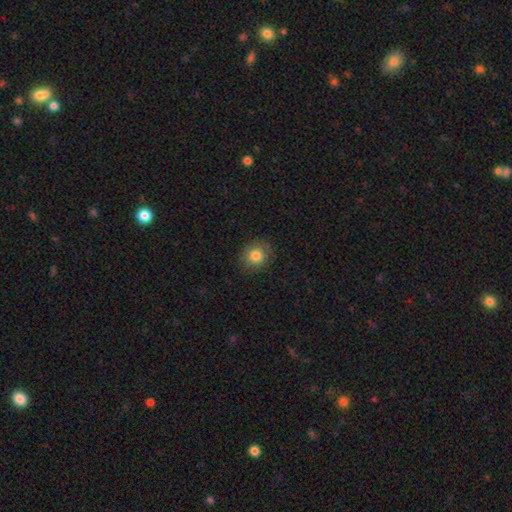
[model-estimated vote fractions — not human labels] Overall: smooth (82%). How rounded: round (80%). Merging: none (87%).